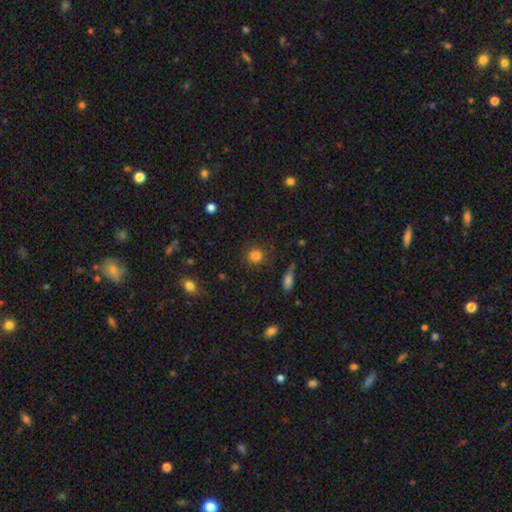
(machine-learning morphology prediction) Smooth or featured: smooth — 81% (star or artifact — 13%)
How rounded: round — 85% (in between — 14%)
Merging: none — 81% (minor disturbance — 11%)